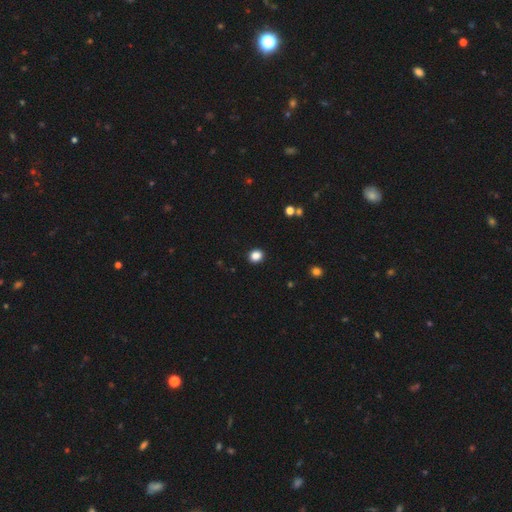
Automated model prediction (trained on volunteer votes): A smooth galaxy with no disk features (86%) that is round (67%). Merging: none (91%).